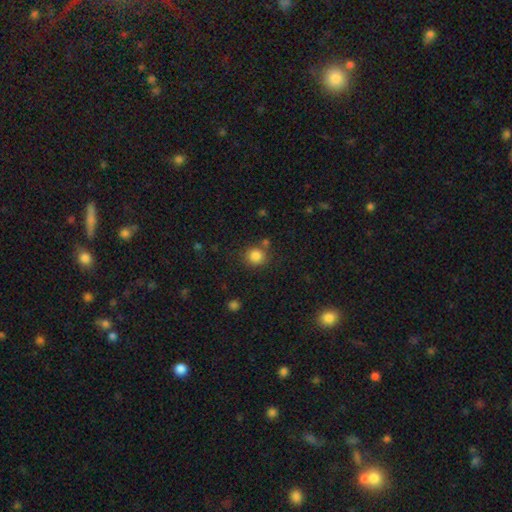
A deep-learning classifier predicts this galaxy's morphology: This appears to be a smooth galaxy with no disk features (85%) that is round (88%). Merging: none (77%).